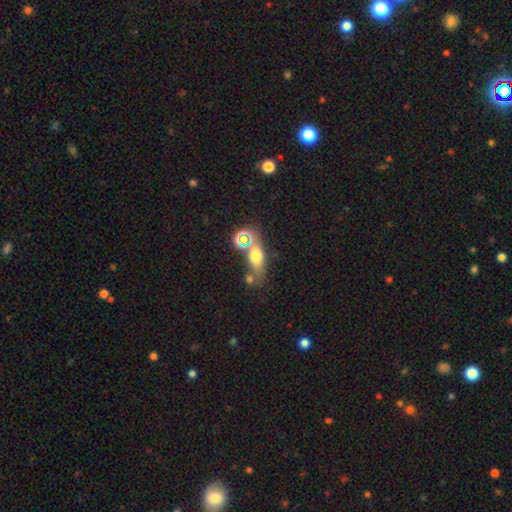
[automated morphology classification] smooth 59%, star or artifact 21%, featured or disk 20%. Down the decision tree: how rounded — in between (59%); merging — none (54%).